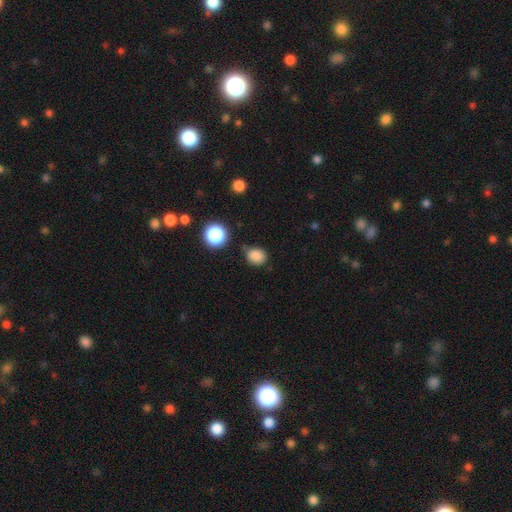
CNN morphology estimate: Smooth or featured?
  - smooth: 83% *
  - star or artifact: 13%
  - featured or disk: 4%
How rounded?
  - round: 58% *
  - in between: 41%
  - cigar-shaped: 1%
Merging?
  - none: 77% *
  - minor disturbance: 15%
  - merger: 4%
  - major disturbance: 3%